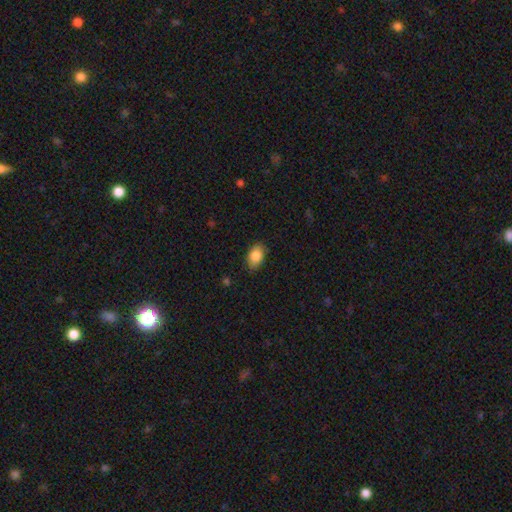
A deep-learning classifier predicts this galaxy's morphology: This appears to be a smooth galaxy with no disk features (85%) that is in between round and cigar-shaped (86%). Merging: none (84%).